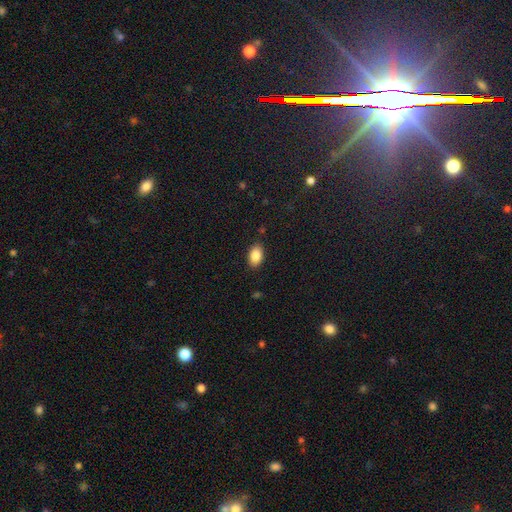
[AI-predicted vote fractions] A smooth galaxy with no disk features (87%) that is in between round and cigar-shaped (91%).

Vote fractions:
- Smooth or featured? smooth: 87% / star or artifact: 8% / featured or disk: 5%
- How rounded? in between: 91% / round: 8% / cigar-shaped: 1%
- Merging? none: 87% / minor disturbance: 10% / major disturbance: 2% / merger: 1%